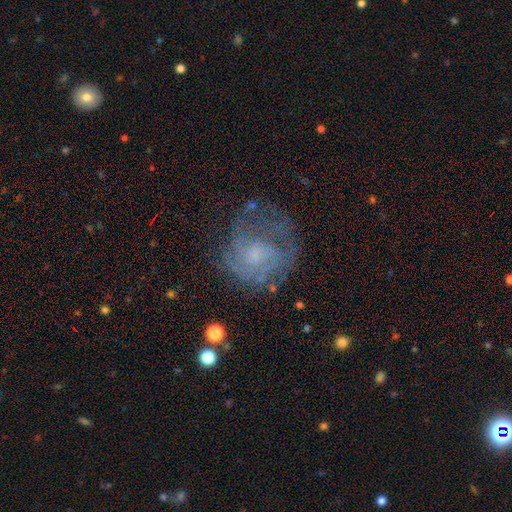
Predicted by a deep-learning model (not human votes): Overall: featured or disk (63%; smooth 26%). Edge-on disk: no (98%). Bar: no (76%). Spiral arms: yes (68%; no 32%). Bulge size: small (36%; none 29%). Merging: none (55%; major disturbance 21%).